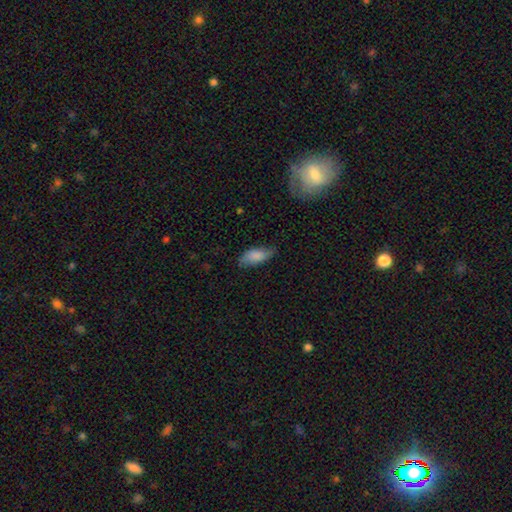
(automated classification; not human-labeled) This appears to be a smooth galaxy with no disk features (81%) that is in between round and cigar-shaped (86%). Merging: none (66%).